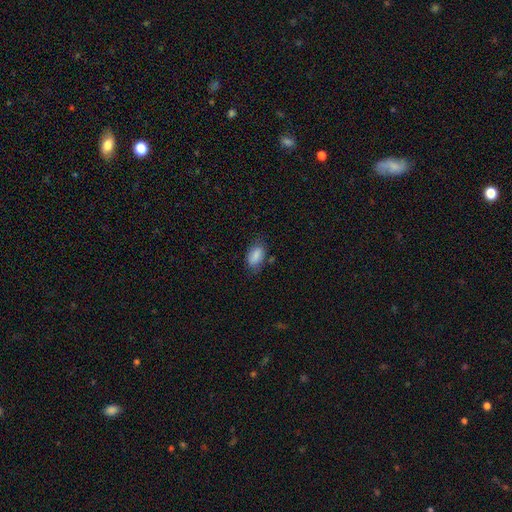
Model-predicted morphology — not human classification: A smooth galaxy with no disk features (84%) that is in between round and cigar-shaped (91%).

Vote fractions:
- Smooth or featured? smooth: 84% / featured or disk: 9% / star or artifact: 7%
- How rounded? in between: 91% / round: 6% / cigar-shaped: 2%
- Merging? none: 68% / minor disturbance: 23% / major disturbance: 6% / merger: 3%